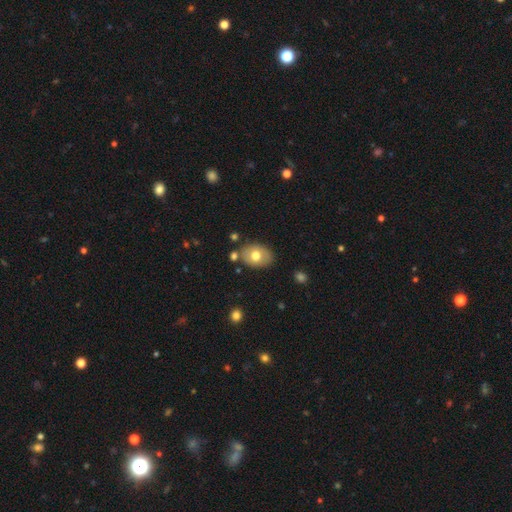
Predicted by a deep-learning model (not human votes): Smooth or featured: smooth — 66% (featured or disk — 27%)
How rounded: in between — 69% (round — 30%)
Merging: none — 76% (minor disturbance — 15%)